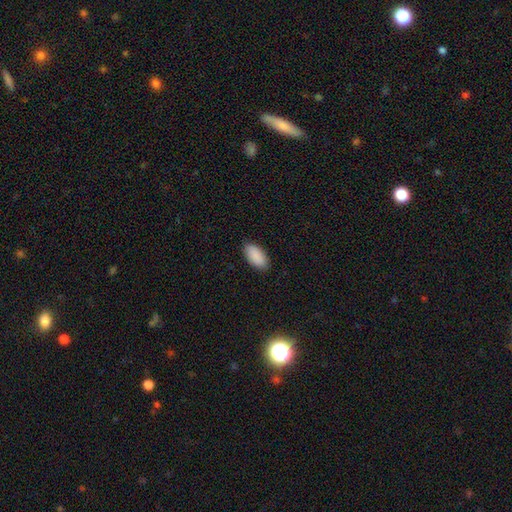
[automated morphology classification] A smooth galaxy with no disk features (91%) that is in between round and cigar-shaped (95%).

Vote fractions:
- Smooth or featured? smooth: 91% / star or artifact: 6% / featured or disk: 3%
- How rounded? in between: 95% / cigar-shaped: 3% / round: 2%
- Merging? none: 89% / minor disturbance: 8% / major disturbance: 2% / merger: 1%